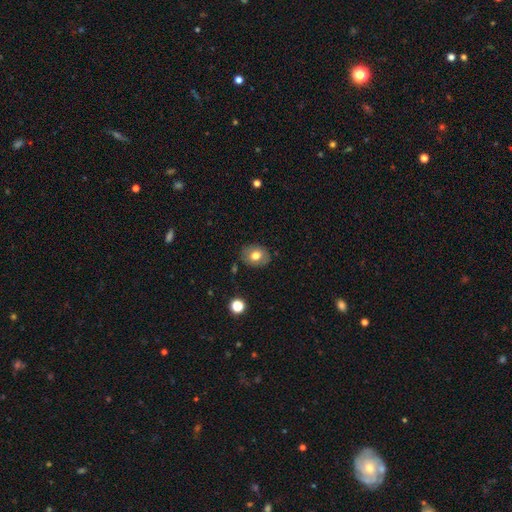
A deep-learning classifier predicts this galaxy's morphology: A smooth galaxy with no disk features (73%) that is round (52%).

Vote fractions:
- Smooth or featured? smooth: 73% / featured or disk: 18% / star or artifact: 9%
- How rounded? round: 52% / in between: 47% / cigar-shaped: 1%
- Merging? none: 84% / minor disturbance: 12% / major disturbance: 3% / merger: 2%